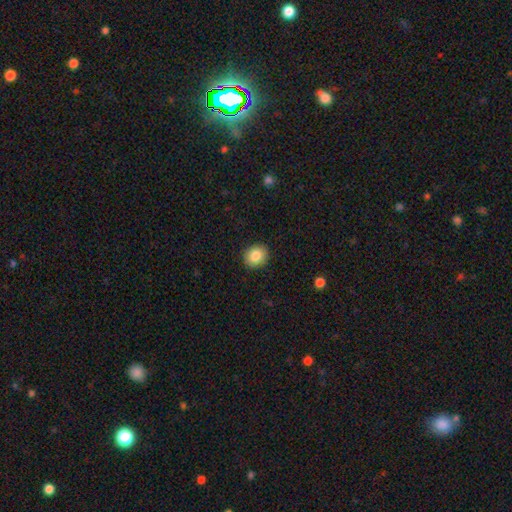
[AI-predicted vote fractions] Smooth or featured? Predicted: smooth (p=0.84). How rounded? Predicted: round (p=0.71). Merging? Predicted: none (p=0.91).